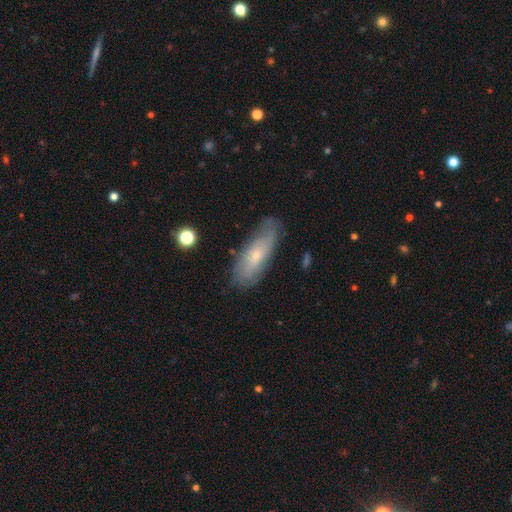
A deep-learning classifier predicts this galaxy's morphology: A featured or disk galaxy (48%).

Vote fractions:
- Smooth or featured? featured or disk: 48% / smooth: 45% / star or artifact: 7%
- Merging? none: 72% / minor disturbance: 21% / major disturbance: 5% / merger: 2%